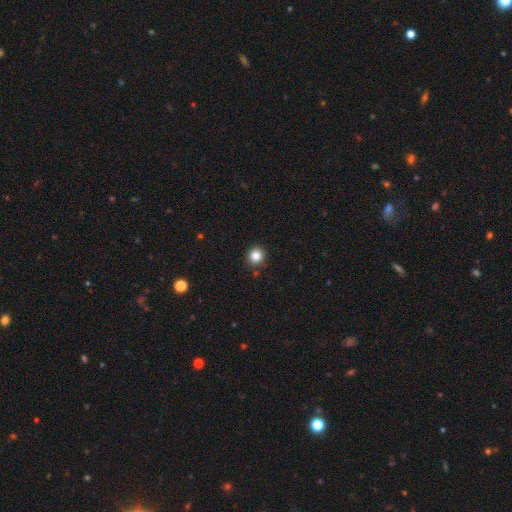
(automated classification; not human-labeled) smooth-or-featured: smooth: 83% | star or artifact: 12% | featured or disk: 6%
  how-rounded: round: 93% | in between: 6% | cigar-shaped: 1%
  merging: none: 91% | minor disturbance: 6% | merger: 2% | major disturbance: 2%